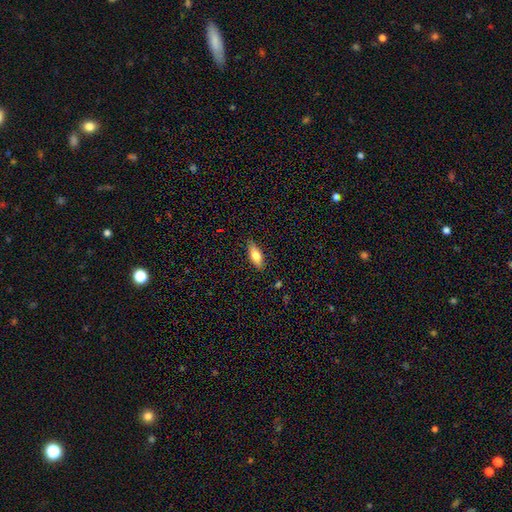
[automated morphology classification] Smooth or featured? Predicted: smooth (p=0.73). How rounded? Predicted: in between (p=0.72). Merging? Predicted: none (p=0.86).